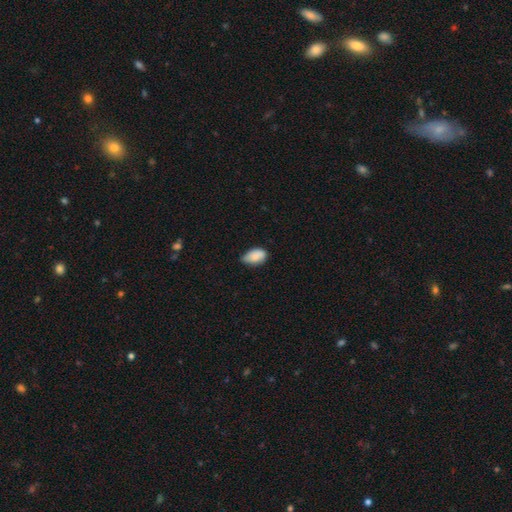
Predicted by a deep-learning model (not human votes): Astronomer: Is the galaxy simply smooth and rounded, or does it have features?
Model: smooth — 84%.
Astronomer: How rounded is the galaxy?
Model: in between — 92%.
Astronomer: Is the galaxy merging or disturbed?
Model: none — 52% (runner-up: minor disturbance, 41%).